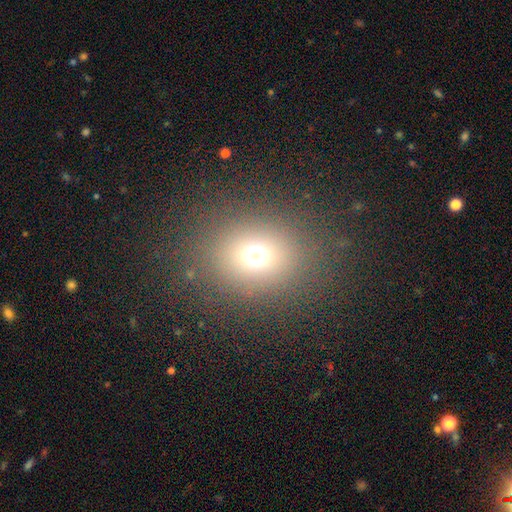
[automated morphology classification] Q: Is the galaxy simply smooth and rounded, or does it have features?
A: smooth — 70%.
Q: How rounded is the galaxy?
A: round — 65%.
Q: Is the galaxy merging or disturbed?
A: none — 84%.